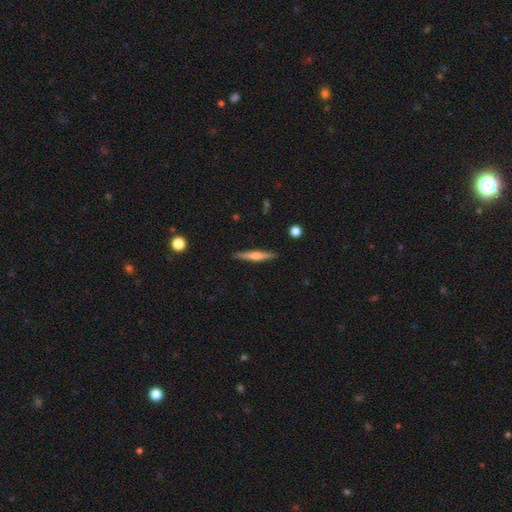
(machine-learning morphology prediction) featured or disk 54%, smooth 40%, star or artifact 6%. Down the decision tree: edge-on disk — yes (97%); edge-on bulge — rounded (68%); merging — none (90%).